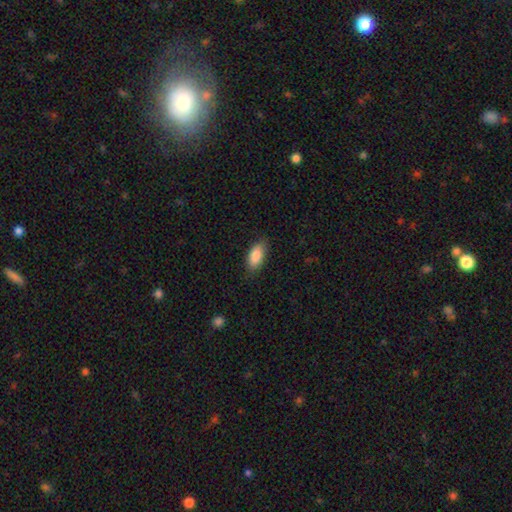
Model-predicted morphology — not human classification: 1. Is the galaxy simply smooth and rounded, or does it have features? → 88% smooth, 6% star or artifact, 6% featured or disk.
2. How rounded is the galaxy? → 89% in between, 9% cigar-shaped, 2% round.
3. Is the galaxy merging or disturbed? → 83% none, 13% minor disturbance, 3% major disturbance, 1% merger.